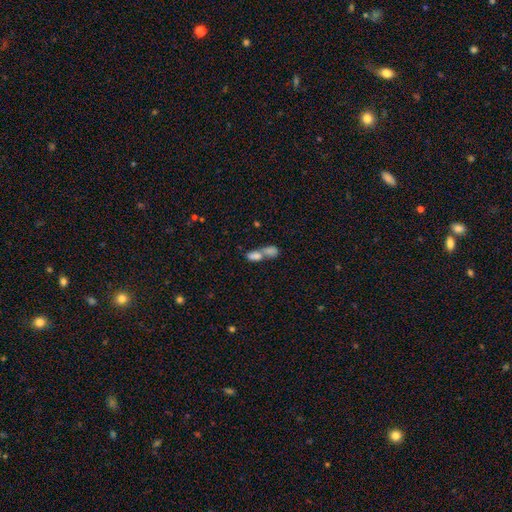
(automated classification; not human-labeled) This appears to be a smooth galaxy with no disk features (75%) that is in between round and cigar-shaped (79%). Merging: merger (76%).